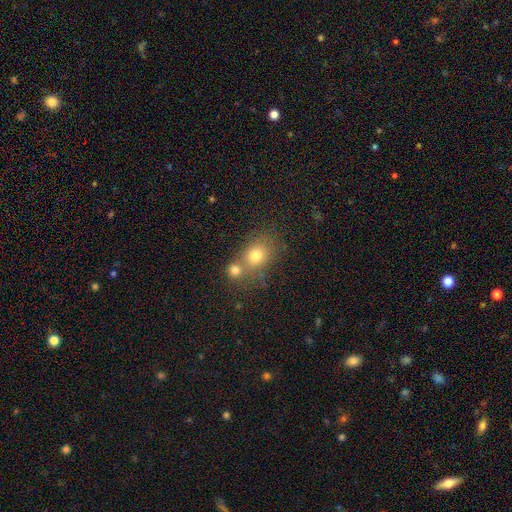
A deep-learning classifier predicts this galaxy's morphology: Q: Smooth or featured?
A: smooth (74%); runner-up: star or artifact (14%)
Q: How rounded?
A: round (60%); runner-up: in between (38%)
Q: Merging?
A: none (46%); runner-up: merger (40%)